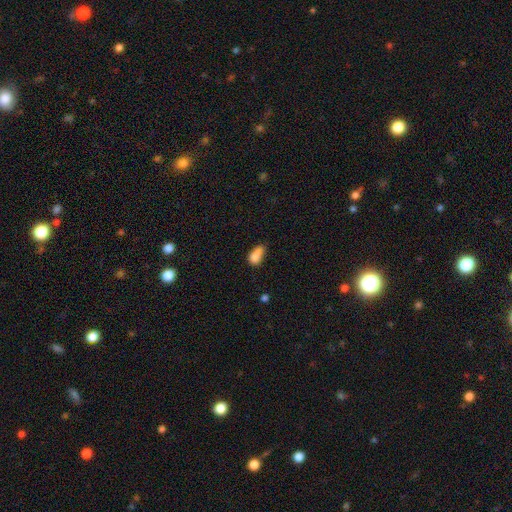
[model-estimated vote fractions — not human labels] Q: Smooth or featured?
A: smooth (81%); runner-up: star or artifact (10%)
Q: How rounded?
A: in between (86%); runner-up: round (9%)
Q: Merging?
A: minor disturbance (39%); runner-up: none (33%)